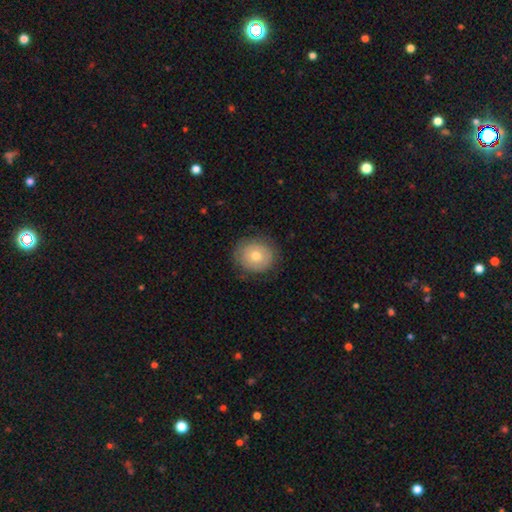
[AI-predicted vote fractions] The model was most divided on "smooth or featured": smooth: 71%, featured or disk: 21%, star or artifact: 8%. More confident: how rounded — round (84%); merging — none (82%).